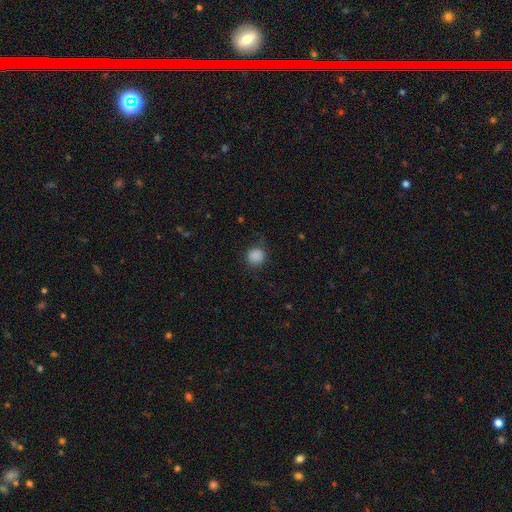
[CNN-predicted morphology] This appears to be a smooth galaxy with no disk features (87%) that is round (91%). Merging: none (80%).